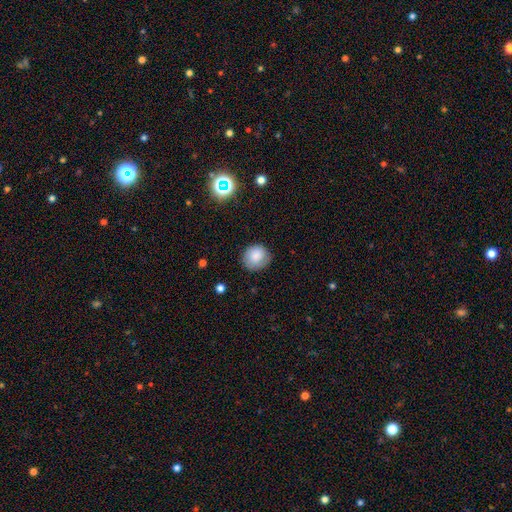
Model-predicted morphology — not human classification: A smooth galaxy with no disk features (81%) that is round (84%).

Vote fractions:
- Smooth or featured? smooth: 81% / featured or disk: 10% / star or artifact: 9%
- How rounded? round: 84% / in between: 15% / cigar-shaped: 1%
- Merging? none: 77% / minor disturbance: 18% / major disturbance: 5% / merger: 1%